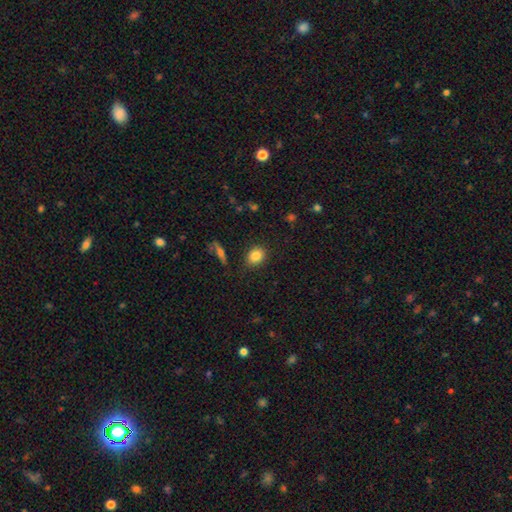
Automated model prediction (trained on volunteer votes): This appears to be a smooth galaxy with no disk features (84%) that is round (54%). Merging: none (85%).